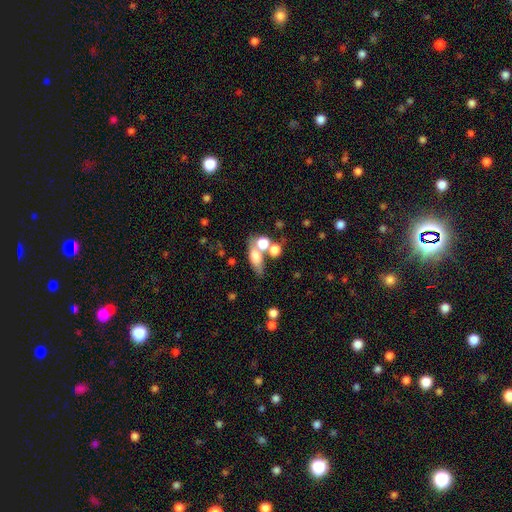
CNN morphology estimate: Smooth or featured?
  - smooth: 65% *
  - featured or disk: 23%
  - star or artifact: 11%
How rounded?
  - in between: 59% *
  - cigar-shaped: 20%
  - round: 20%
Merging?
  - none: 44% *
  - merger: 34%
  - minor disturbance: 13%
  - major disturbance: 8%